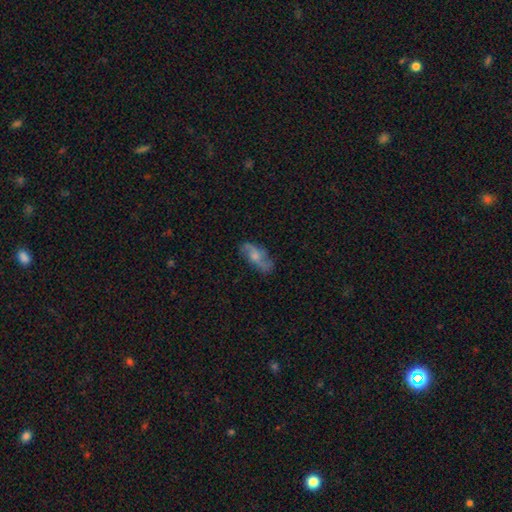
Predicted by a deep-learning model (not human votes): smooth_or_featured: featured or disk (p=0.57) [alt: smooth p=0.35]
disk_edge_on: no (p=0.88) [alt: yes p=0.12]
bar: no (p=0.66) [alt: weak p=0.28]
has_spiral_arms: yes (p=0.85) [alt: no p=0.15]
bulge_size: moderate (p=0.45) [alt: small p=0.36]
merging: none (p=0.72) [alt: minor disturbance p=0.19]